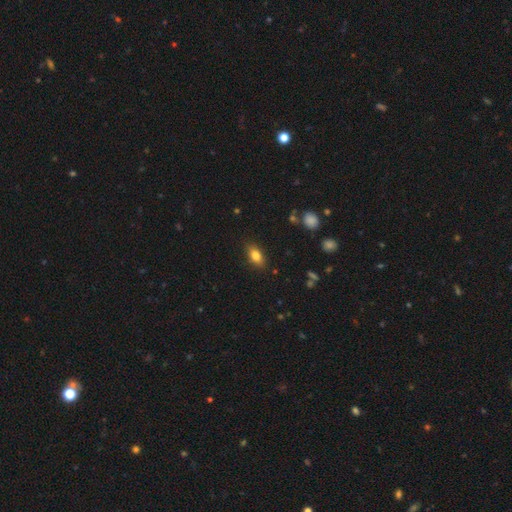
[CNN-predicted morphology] Smooth or featured?
  - smooth: 81% *
  - featured or disk: 10%
  - star or artifact: 9%
How rounded?
  - in between: 85% *
  - round: 9%
  - cigar-shaped: 6%
Merging?
  - none: 86% *
  - minor disturbance: 10%
  - major disturbance: 2%
  - merger: 1%